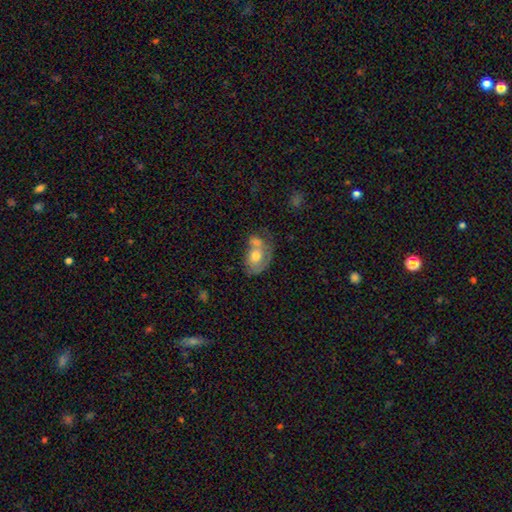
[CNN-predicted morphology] Smooth or featured: smooth — 60% (featured or disk — 33%)
How rounded: in between — 72% (round — 26%)
Merging: merger — 53% (none — 21%)